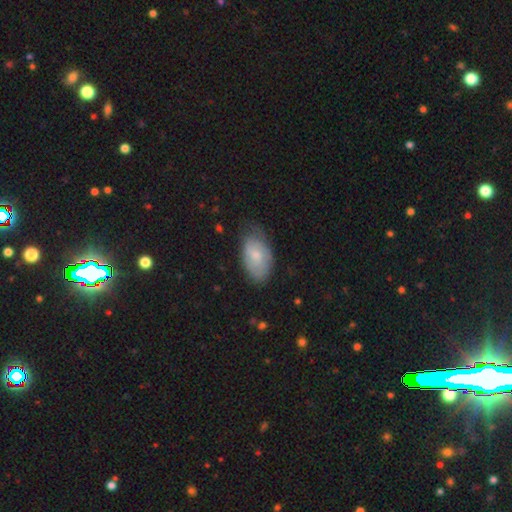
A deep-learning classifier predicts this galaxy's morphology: Smooth or featured: smooth — 70% (featured or disk — 24%)
How rounded: in between — 94% (round — 5%)
Merging: none — 61% (minor disturbance — 31%)